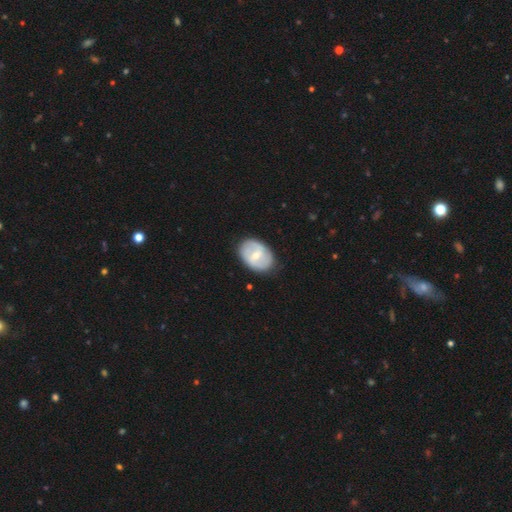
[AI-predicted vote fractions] This is possibly a featured or disk galaxy (59%). It is clearly not viewed edge-on (96%). Bar: possibly weak (52%). Spiral arm pattern: possibly yes (58%). Central bulge: possibly small (55%). Merging: clearly none (83%).